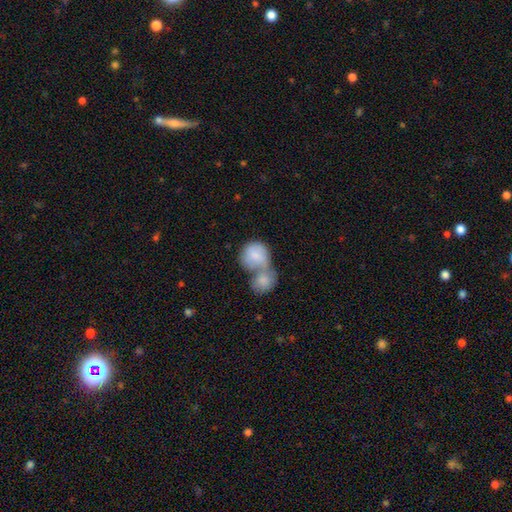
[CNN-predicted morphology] Smooth or featured: smooth — 80% (featured or disk — 15%)
How rounded: round — 72% (in between — 27%)
Merging: merger — 78% (none — 12%)